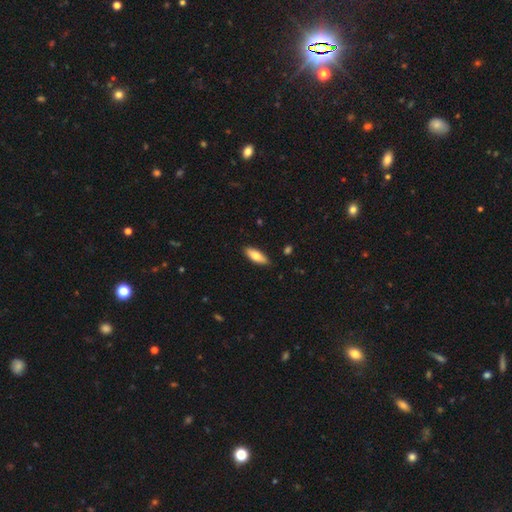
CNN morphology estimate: This appears to be a smooth galaxy with no disk features (75%) that is in between round and cigar-shaped (67%). Merging: none (87%).